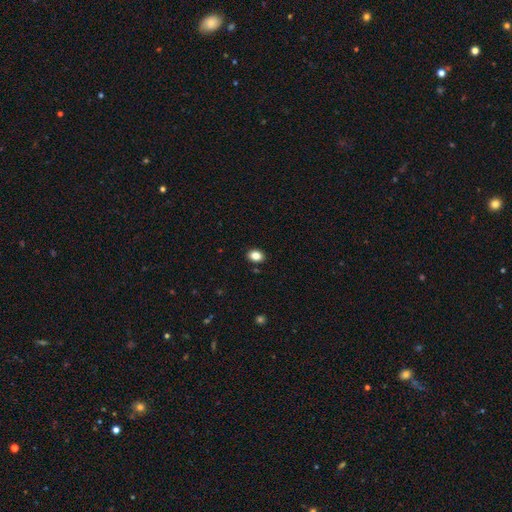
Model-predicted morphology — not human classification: Q: Smooth or featured?
A: smooth (85%); runner-up: star or artifact (10%)
Q: How rounded?
A: in between (68%); runner-up: round (31%)
Q: Merging?
A: none (89%); runner-up: minor disturbance (8%)